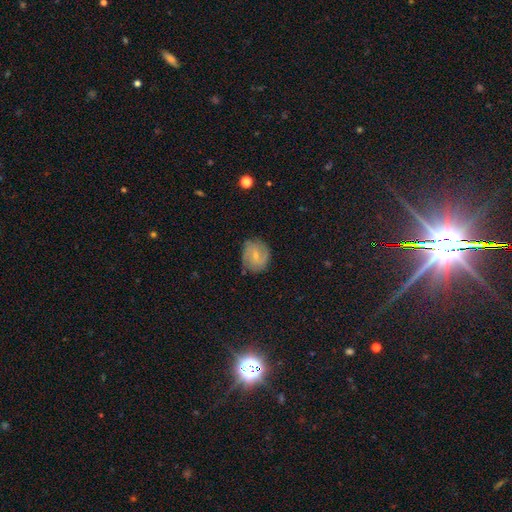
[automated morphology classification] smooth_or_featured: featured or disk (p=0.52) [alt: smooth p=0.41]
disk_edge_on: no (p=0.97) [alt: yes p=0.03]
bar: no (p=0.46) [alt: weak p=0.45]
has_spiral_arms: yes (p=0.82) [alt: no p=0.18]
bulge_size: small (p=0.69) [alt: moderate p=0.25]
merging: none (p=0.76) [alt: minor disturbance p=0.18]